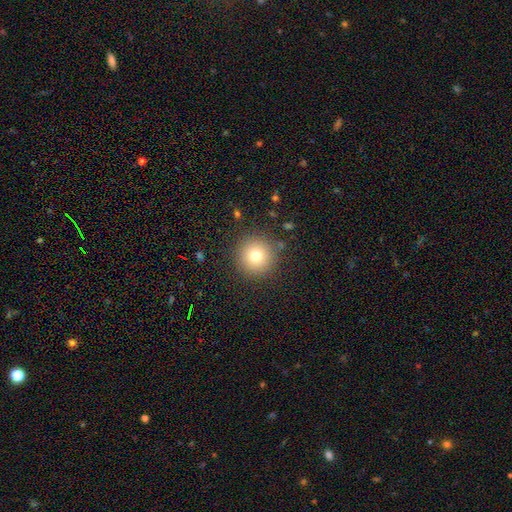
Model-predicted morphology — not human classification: type=smooth (76%); roundness=round (96%); merging=none (89%).